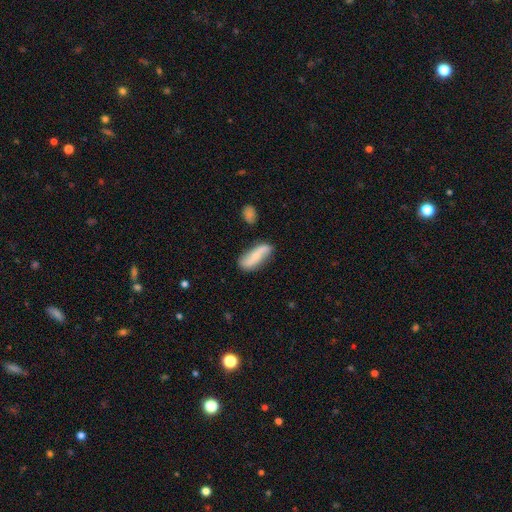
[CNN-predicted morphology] Smooth or featured?
  - featured or disk: 51% *
  - smooth: 43%
  - star or artifact: 6%
Edge-on disk?
  - no: 83% *
  - yes: 17%
Merging?
  - none: 70% *
  - minor disturbance: 20%
  - major disturbance: 5%
  - merger: 5%